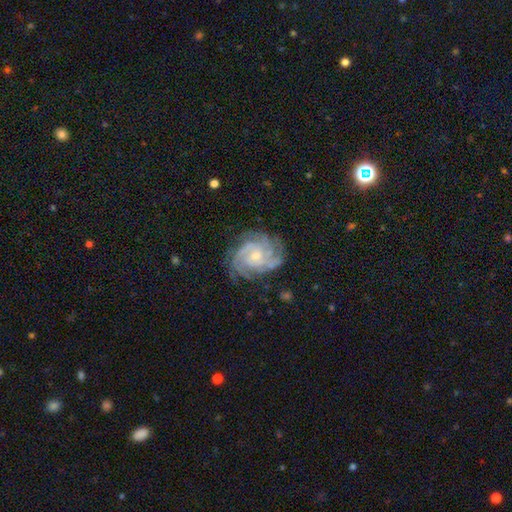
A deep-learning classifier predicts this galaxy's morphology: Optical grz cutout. It shows a featured or disk galaxy (87%) with no bar (68%), 4 (25%) tight (66%) spiral arms (97%) and a small central bulge (59%). Merging: none (75%).